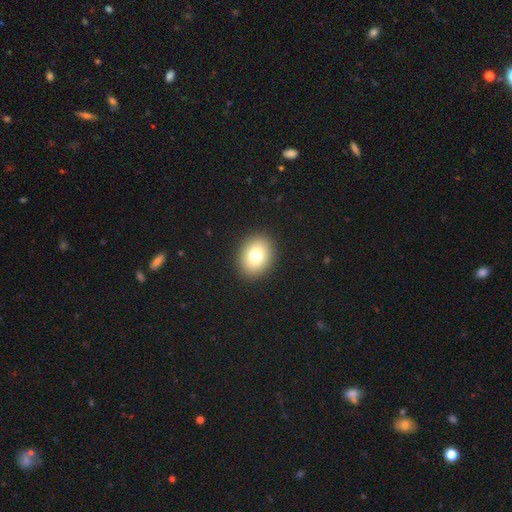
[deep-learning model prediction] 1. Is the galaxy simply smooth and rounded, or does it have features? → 78% smooth, 12% featured or disk, 10% star or artifact.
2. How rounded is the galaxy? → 56% in between, 43% round, 1% cigar-shaped.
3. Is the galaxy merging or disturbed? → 91% none, 6% minor disturbance, 2% major disturbance, 1% merger.